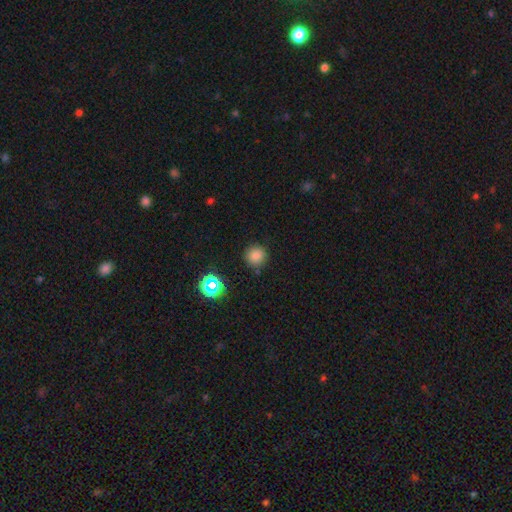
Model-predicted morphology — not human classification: Smooth or featured?
  - smooth: 78% *
  - star or artifact: 16%
  - featured or disk: 6%
How rounded?
  - round: 94% *
  - in between: 5%
  - cigar-shaped: 1%
Merging?
  - none: 85% *
  - minor disturbance: 9%
  - major disturbance: 3%
  - merger: 3%